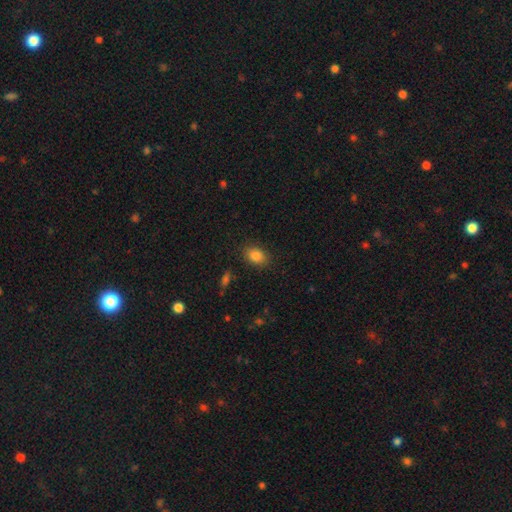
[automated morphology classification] Overall: smooth (85%). How rounded: in between (75%). Merging: none (86%).